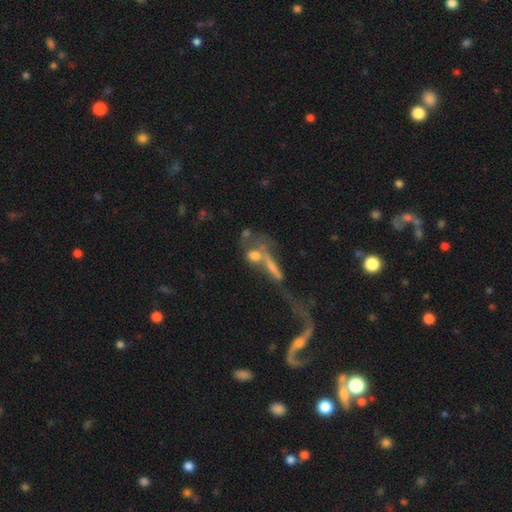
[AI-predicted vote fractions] Q: Smooth or featured?
A: smooth (44%); runner-up: featured or disk (40%)
Q: Merging?
A: merger (42%); runner-up: major disturbance (25%)